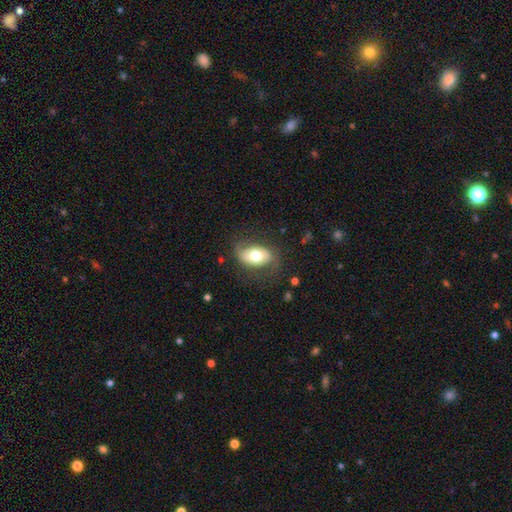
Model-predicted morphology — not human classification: Overall: smooth (57%; featured or disk 37%). How rounded: in between (89%). Merging: none (69%).